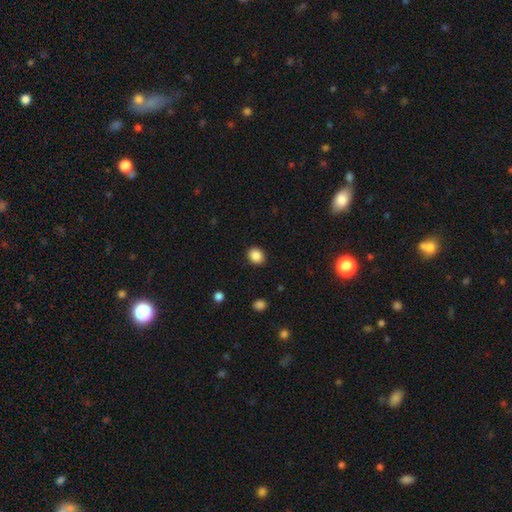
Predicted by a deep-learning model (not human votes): Overall: smooth (87%). How rounded: round (66%; in between 34%). Merging: none (90%).